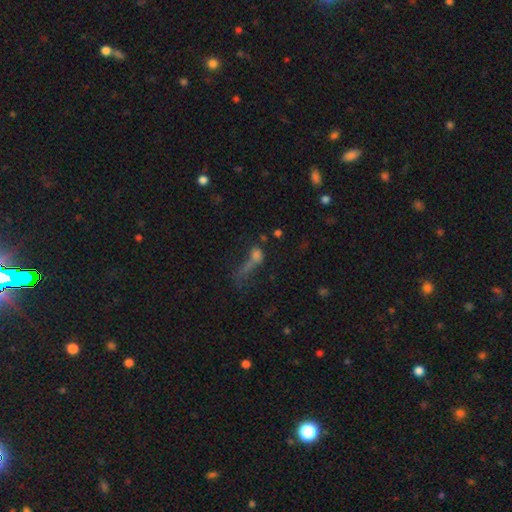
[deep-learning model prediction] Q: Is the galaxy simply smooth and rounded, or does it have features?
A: smooth — 54%.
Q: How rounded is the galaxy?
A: in between — 47%.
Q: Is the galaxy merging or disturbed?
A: major disturbance — 43%.